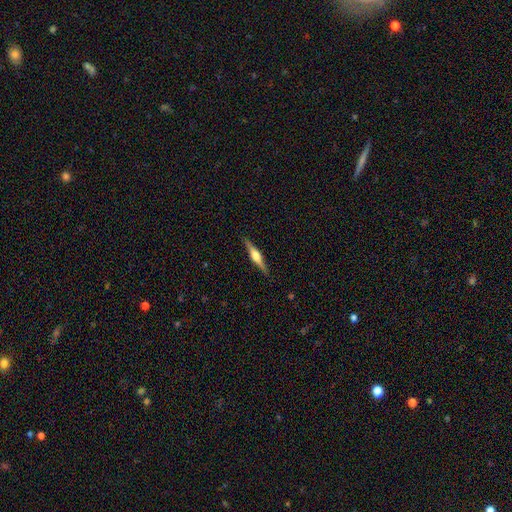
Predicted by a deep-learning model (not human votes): Overall: featured or disk (75%). Edge-on disk: yes (98%). Edge-on bulge: rounded (87%). Merging: none (90%).